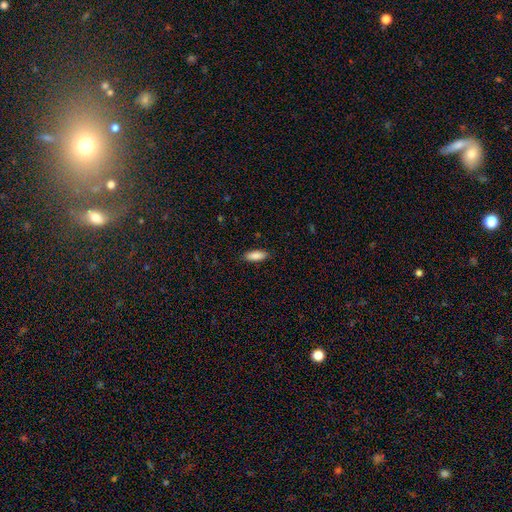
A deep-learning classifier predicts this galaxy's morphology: smooth-or-featured: smooth: 88% | star or artifact: 6% | featured or disk: 5%
  how-rounded: in between: 67% | cigar-shaped: 32% | round: 2%
  merging: none: 88% | minor disturbance: 9% | major disturbance: 2% | merger: 1%